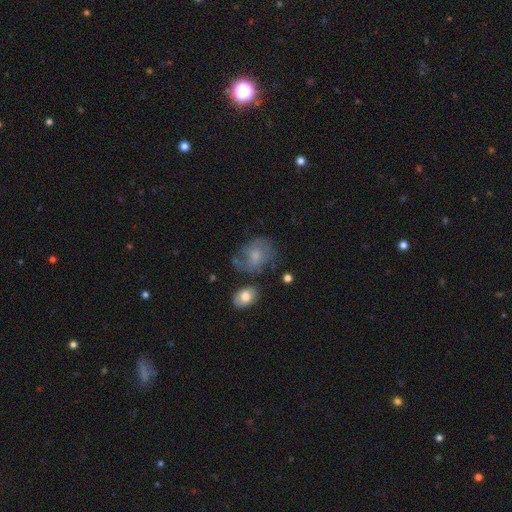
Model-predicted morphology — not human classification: A smooth galaxy with no disk features (56%) that is in between round and cigar-shaped (59%). Merging: none (45%).